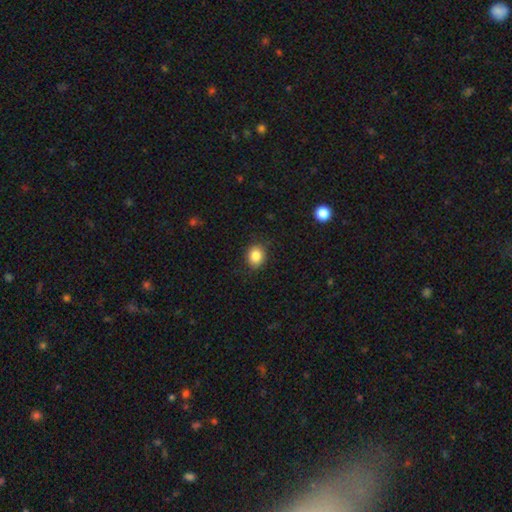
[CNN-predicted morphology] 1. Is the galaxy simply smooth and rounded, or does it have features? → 85% smooth, 9% star or artifact, 6% featured or disk.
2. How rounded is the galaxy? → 56% round, 43% in between, 1% cigar-shaped.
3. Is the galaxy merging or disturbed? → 84% none, 12% minor disturbance, 3% major disturbance, 1% merger.